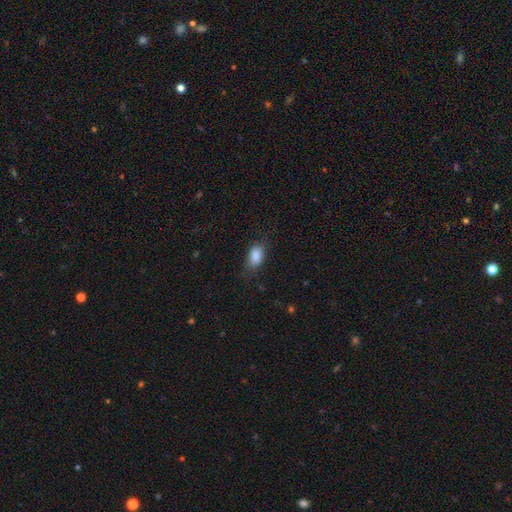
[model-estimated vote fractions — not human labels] Morphology: type=smooth (86%); roundness=in between (88%); merging=none (69%).